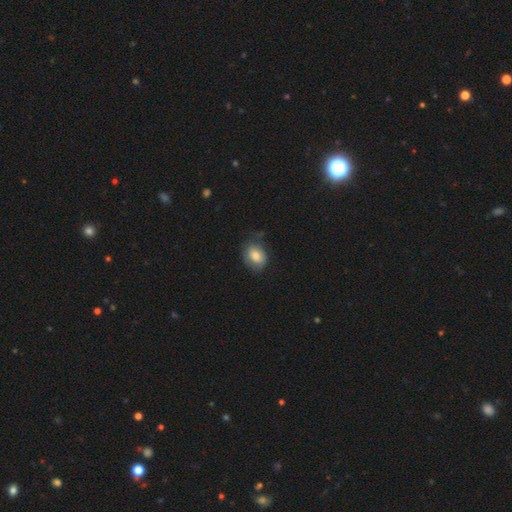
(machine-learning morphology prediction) Smooth or featured?
  - smooth: 80% *
  - featured or disk: 13%
  - star or artifact: 7%
How rounded?
  - in between: 72% *
  - round: 26%
  - cigar-shaped: 1%
Merging?
  - none: 61% *
  - minor disturbance: 28%
  - major disturbance: 9%
  - merger: 2%